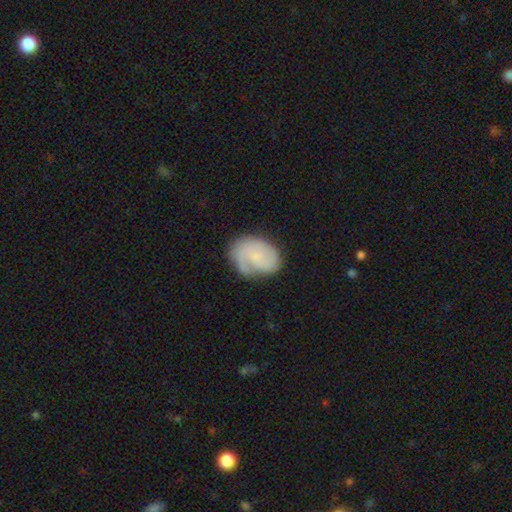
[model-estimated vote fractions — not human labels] Q: Smooth or featured?
A: featured or disk (58%); runner-up: smooth (35%)
Q: Edge-on disk?
A: no (97%); runner-up: yes (3%)
Q: Bar?
A: no (71%); runner-up: weak (25%)
Q: Spiral arms?
A: yes (88%); runner-up: no (12%)
Q: Bulge size?
A: small (59%); runner-up: none (24%)
Q: Merging?
A: none (58%); runner-up: minor disturbance (26%)